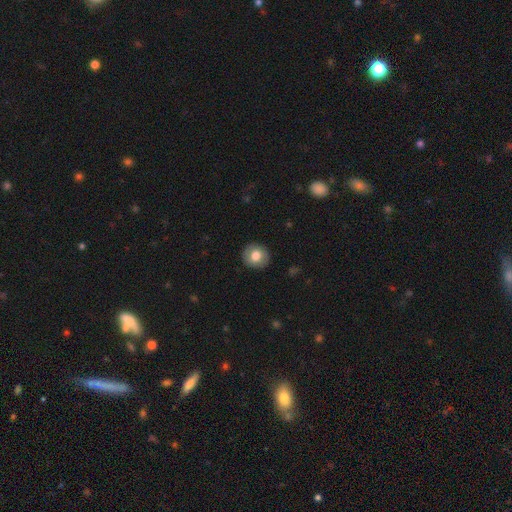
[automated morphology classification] Smooth or featured? Predicted: smooth (p=0.73). How rounded? Predicted: round (p=0.85). Merging? Predicted: none (p=0.89).